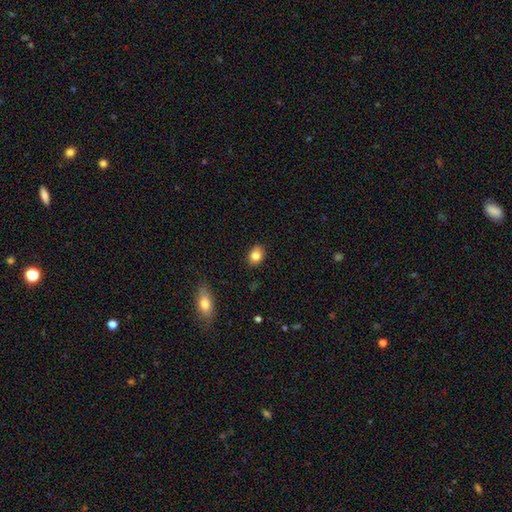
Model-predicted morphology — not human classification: smooth 82%, star or artifact 10%, featured or disk 8%. Down the decision tree: how rounded — in between (63%); merging — none (84%).